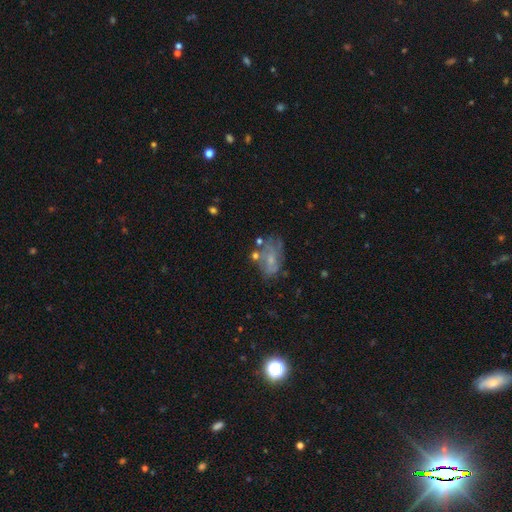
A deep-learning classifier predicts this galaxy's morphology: Overall: featured or disk (41%; star or artifact 30%). Merging: none (56%; minor disturbance 19%).